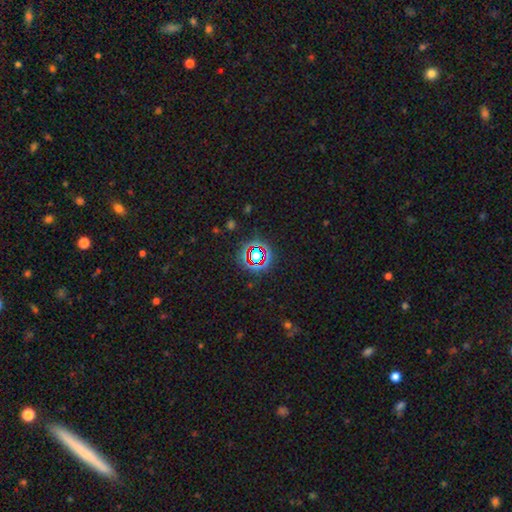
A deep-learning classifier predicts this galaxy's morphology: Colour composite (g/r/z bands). It shows a star or artifact, not a galaxy (72%).